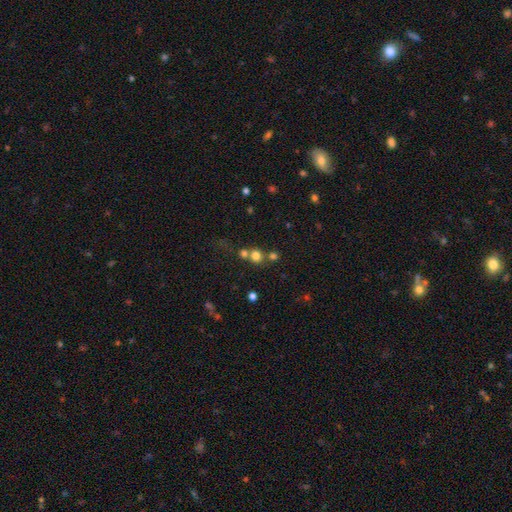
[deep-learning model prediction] Q: Smooth or featured?
A: smooth (73%); runner-up: star or artifact (18%)
Q: How rounded?
A: round (87%); runner-up: in between (12%)
Q: Merging?
A: none (54%); runner-up: merger (35%)